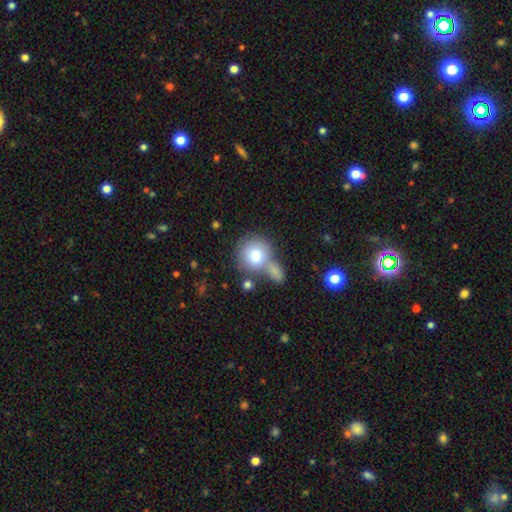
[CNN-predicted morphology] This appears to be a smooth galaxy with no disk features (75%) that is round (89%). Merging: none (50%).